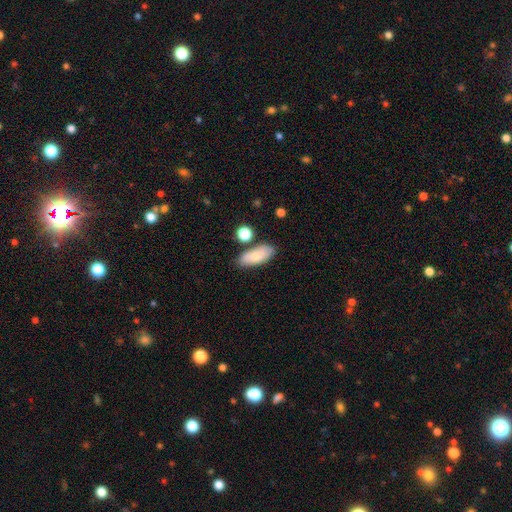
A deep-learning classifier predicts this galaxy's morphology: The model was most divided on "smooth or featured": smooth: 72%, featured or disk: 21%, star or artifact: 7%. More confident: how rounded — in between (83%); merging — none (73%).